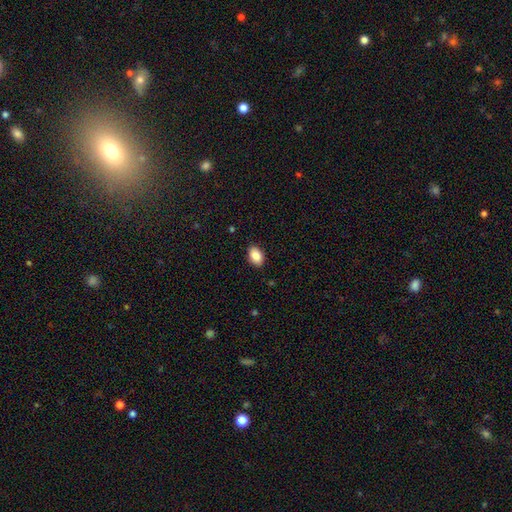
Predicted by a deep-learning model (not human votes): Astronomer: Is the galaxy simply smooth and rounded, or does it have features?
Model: smooth — 89%.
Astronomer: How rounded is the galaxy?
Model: in between — 90%.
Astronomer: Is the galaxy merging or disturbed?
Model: none — 88%.